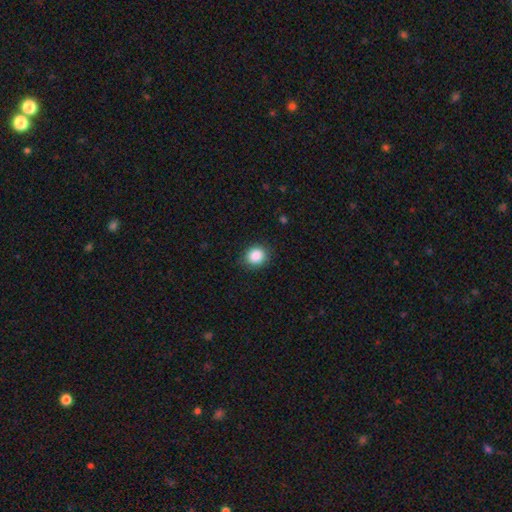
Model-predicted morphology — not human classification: This is clearly a smooth galaxy (87%). How rounded: clearly round (82%). Merging: clearly none (86%).